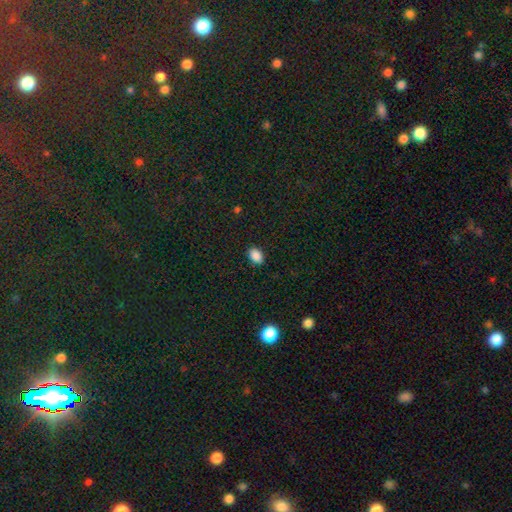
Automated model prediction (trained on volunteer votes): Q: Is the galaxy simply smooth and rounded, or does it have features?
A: smooth — 87%.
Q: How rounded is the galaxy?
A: in between — 79%.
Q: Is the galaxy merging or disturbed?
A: none — 87%.